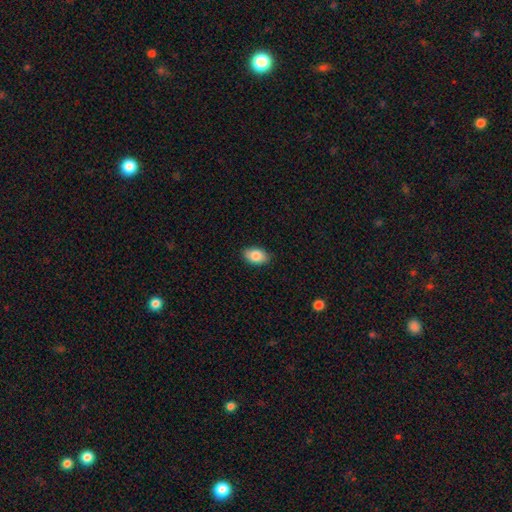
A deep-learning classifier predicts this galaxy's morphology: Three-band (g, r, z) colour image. It shows a smooth galaxy with no disk features (86%) that is in between round and cigar-shaped (90%). Merging: none (87%).